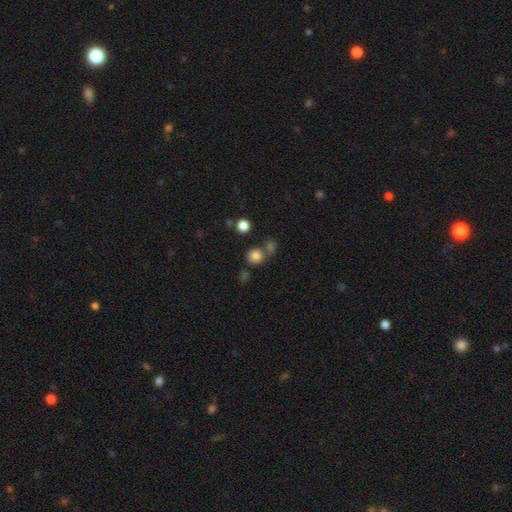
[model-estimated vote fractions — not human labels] Smooth or featured? Predicted: smooth (p=0.80). How rounded? Predicted: round (p=0.84). Merging? Predicted: none (p=0.65).